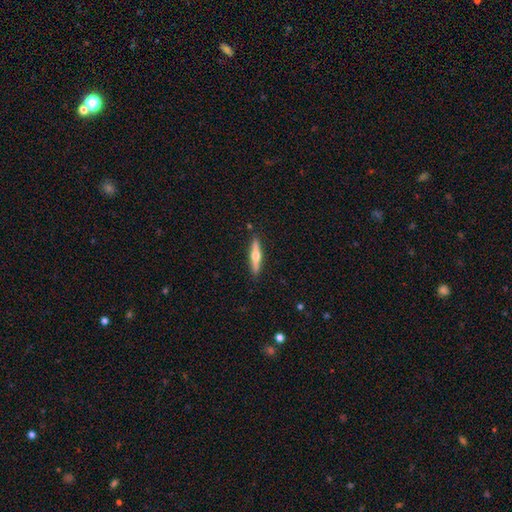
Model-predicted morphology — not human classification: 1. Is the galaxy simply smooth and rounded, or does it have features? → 57% featured or disk, 37% smooth, 5% star or artifact.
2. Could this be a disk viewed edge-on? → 96% yes, 4% no.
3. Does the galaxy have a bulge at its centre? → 94% rounded, 4% none, 3% boxy.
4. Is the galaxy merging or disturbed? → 89% none, 8% minor disturbance, 2% major disturbance, 1% merger.